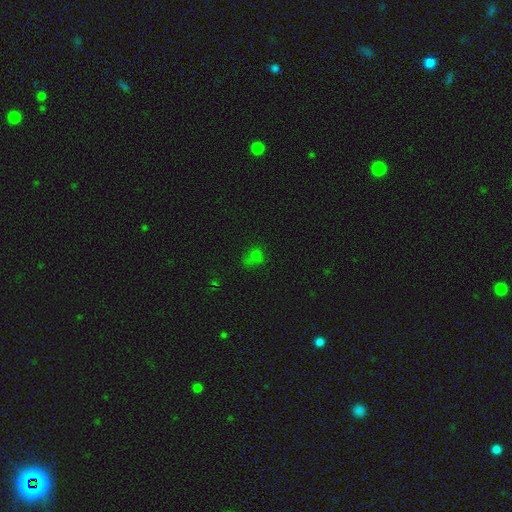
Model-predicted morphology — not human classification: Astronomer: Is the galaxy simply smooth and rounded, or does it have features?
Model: smooth — 60%.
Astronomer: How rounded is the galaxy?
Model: round — 56% (runner-up: in between, 42%).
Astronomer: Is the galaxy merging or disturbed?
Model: none — 51%.